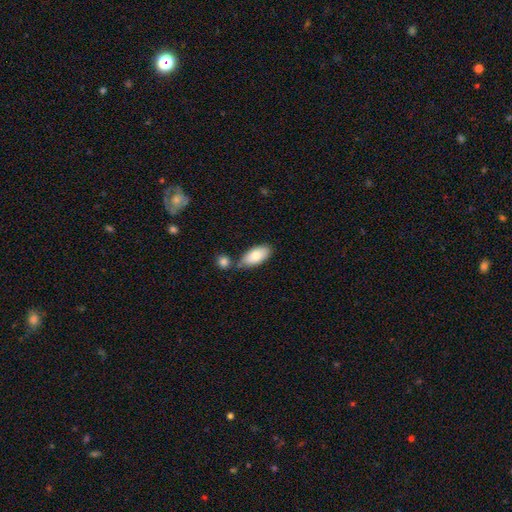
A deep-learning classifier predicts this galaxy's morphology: Smooth or featured? smooth (79%)
How rounded? in between (92%)
Merging? none (68%)